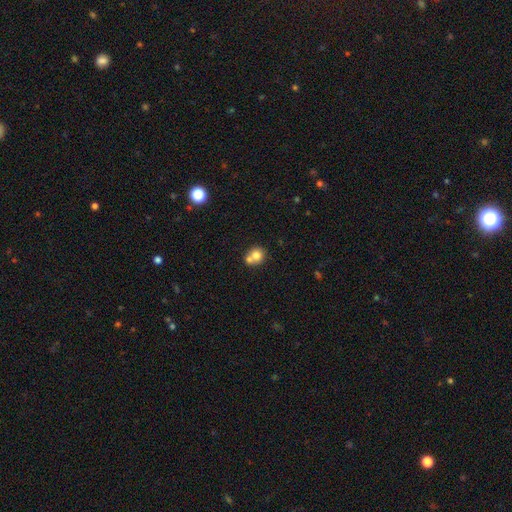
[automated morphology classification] This appears to be a smooth galaxy with no disk features (76%) that is round (82%). Merging: merger (47%).